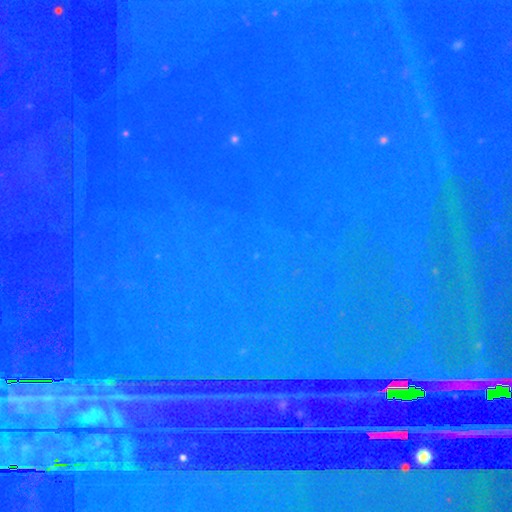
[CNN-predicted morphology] Smooth or featured? star or artifact (85%)